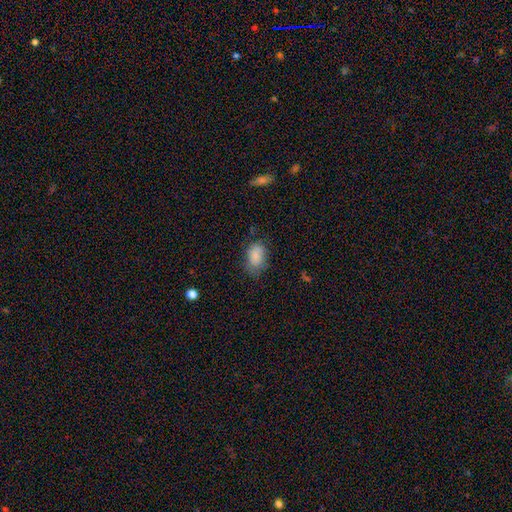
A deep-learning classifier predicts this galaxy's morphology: Q: Smooth or featured?
A: smooth (86%); runner-up: star or artifact (8%)
Q: How rounded?
A: in between (87%); runner-up: round (12%)
Q: Merging?
A: none (67%); runner-up: minor disturbance (24%)